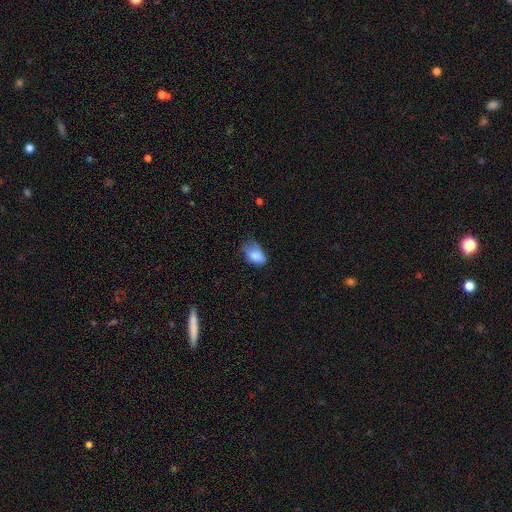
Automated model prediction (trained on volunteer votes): A smooth galaxy with no disk features (78%) that is in between round and cigar-shaped (86%).

Vote fractions:
- Smooth or featured? smooth: 78% / featured or disk: 13% / star or artifact: 9%
- How rounded? in between: 86% / round: 12% / cigar-shaped: 2%
- Merging? minor disturbance: 43% / none: 31% / major disturbance: 23% / merger: 3%